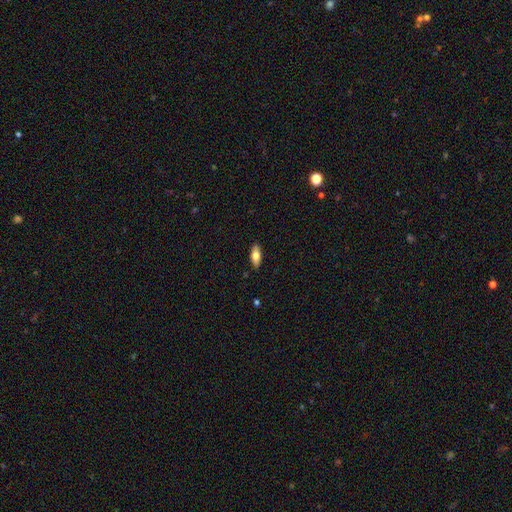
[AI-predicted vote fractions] This appears to be a smooth galaxy with no disk features (72%) that is in between round and cigar-shaped (77%). Merging: none (88%).